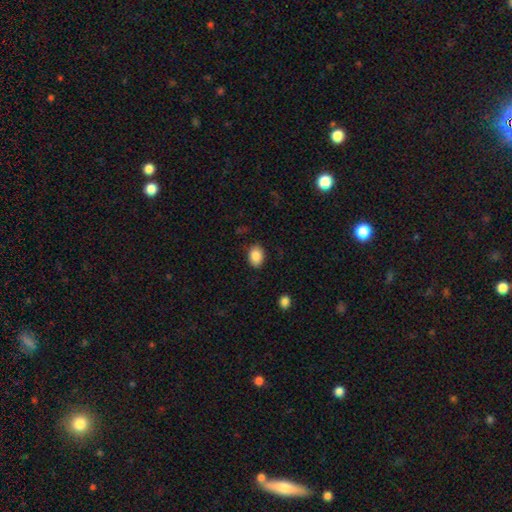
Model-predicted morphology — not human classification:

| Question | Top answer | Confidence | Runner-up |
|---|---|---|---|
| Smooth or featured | smooth | 87% | star or artifact (8%) |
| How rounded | in between | 77% | round (22%) |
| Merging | none | 85% | minor disturbance (11%) |